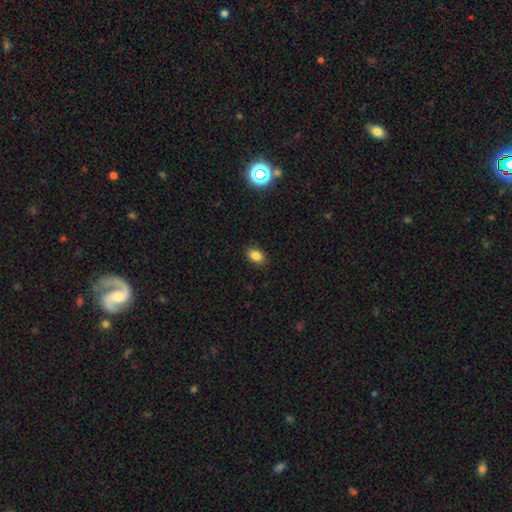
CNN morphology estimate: smooth_or_featured: smooth (p=0.85) [alt: star or artifact p=0.10]
how_rounded: in between (p=0.82) [alt: round p=0.17]
merging: none (p=0.88) [alt: minor disturbance p=0.09]